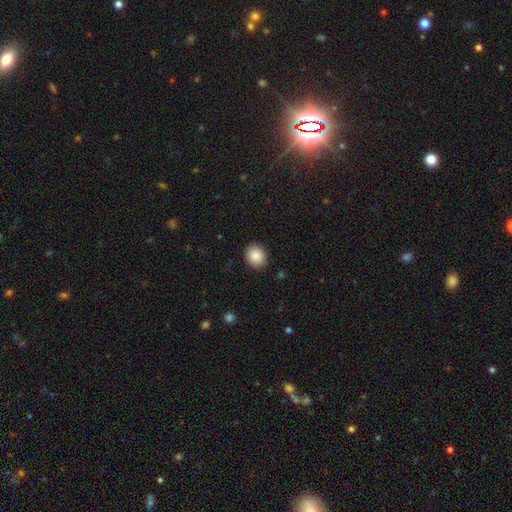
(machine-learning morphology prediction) Overall: smooth (88%). How rounded: round (61%; in between 38%). Merging: none (89%).